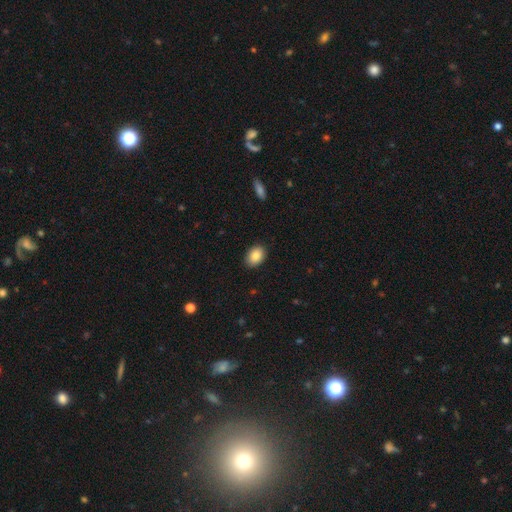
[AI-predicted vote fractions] Smooth or featured? Predicted: smooth (p=0.87). How rounded? Predicted: in between (p=0.80). Merging? Predicted: none (p=0.88).